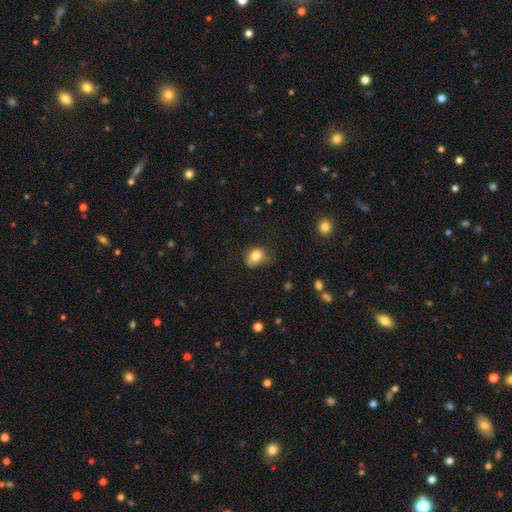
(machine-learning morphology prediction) type=smooth (82%); roundness=in between (58%); merging=none (41%).